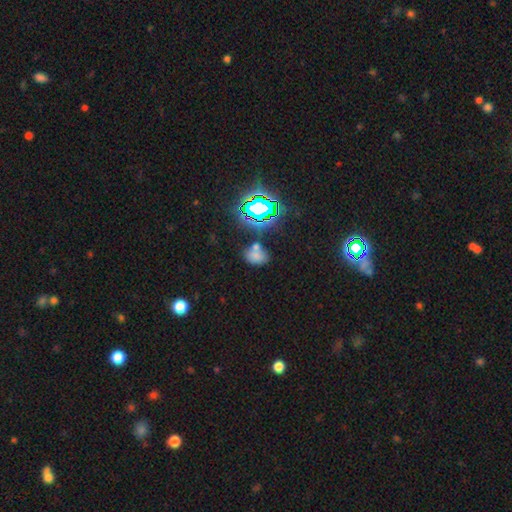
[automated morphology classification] Smooth or featured: smooth — 62% (star or artifact — 28%)
How rounded: in between — 72% (round — 27%)
Merging: none — 55% (merger — 24%)